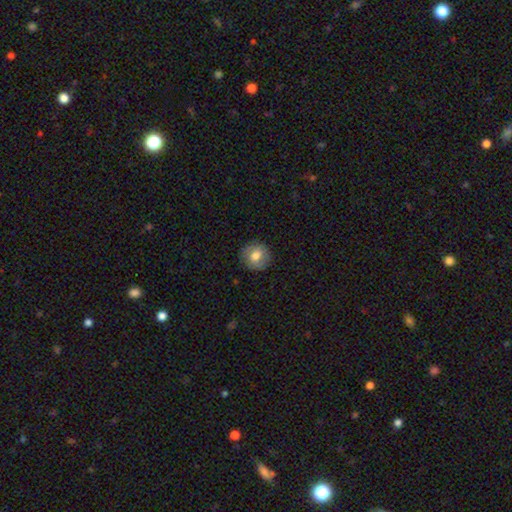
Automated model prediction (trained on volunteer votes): A smooth galaxy with no disk features (73%) that is round (89%). Merging: none (87%).